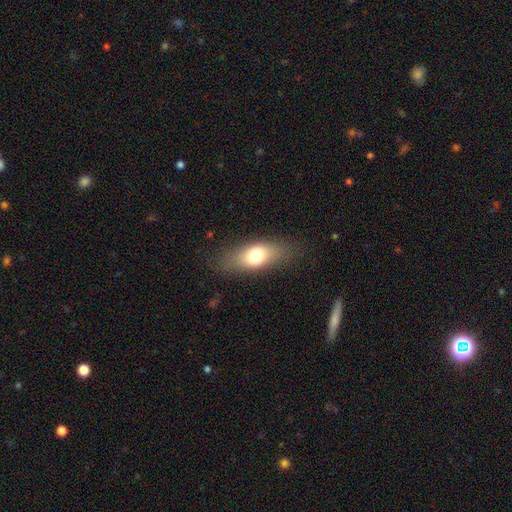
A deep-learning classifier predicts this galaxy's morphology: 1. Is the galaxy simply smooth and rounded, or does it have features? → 71% smooth, 21% featured or disk, 8% star or artifact.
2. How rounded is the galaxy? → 77% in between, 16% cigar-shaped, 7% round.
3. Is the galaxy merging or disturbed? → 80% none, 14% minor disturbance, 5% major disturbance, 1% merger.